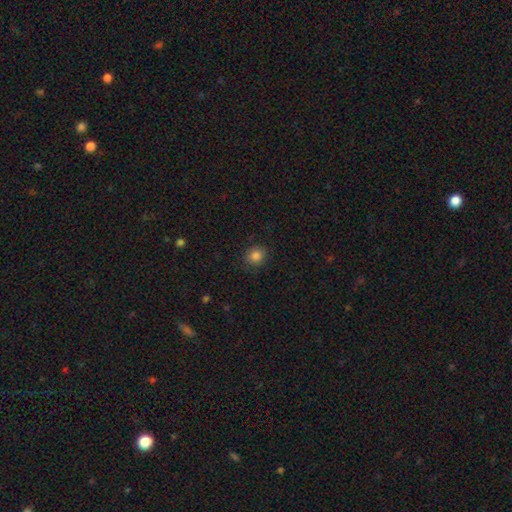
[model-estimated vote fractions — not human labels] smooth 84%, star or artifact 12%, featured or disk 5%. Down the decision tree: how rounded — round (81%); merging — none (86%).